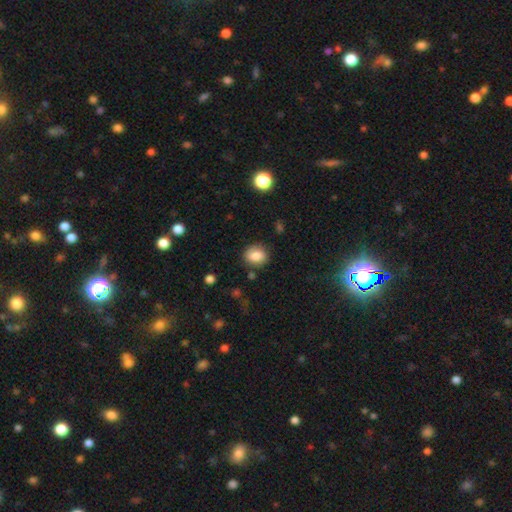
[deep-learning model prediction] Smooth or featured?
  - smooth: 82% *
  - star or artifact: 9%
  - featured or disk: 9%
How rounded?
  - round: 66% *
  - in between: 33%
  - cigar-shaped: 1%
Merging?
  - none: 81% *
  - minor disturbance: 13%
  - major disturbance: 4%
  - merger: 3%